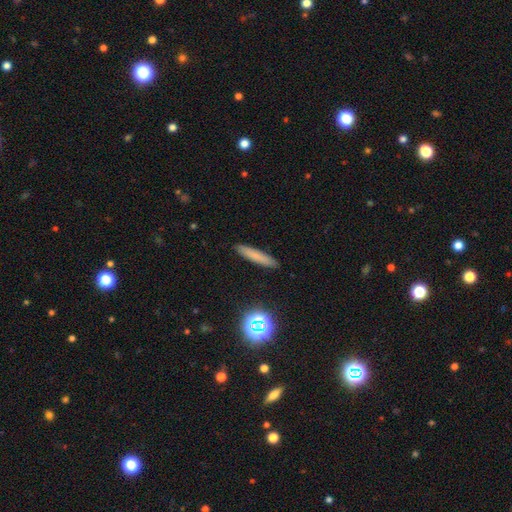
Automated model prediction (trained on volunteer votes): A smooth galaxy with no disk features (73%) that is cigar-shaped (91%). Merging: none (90%).